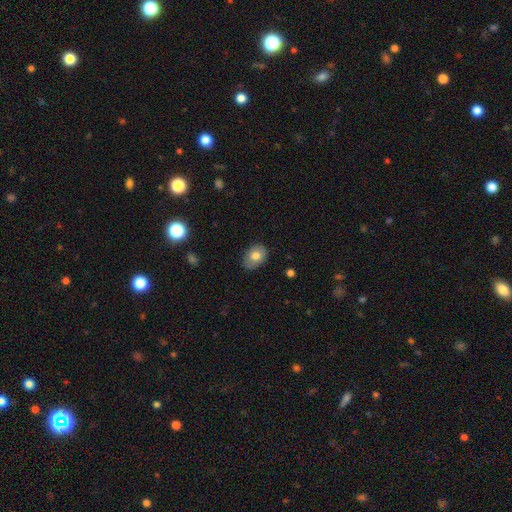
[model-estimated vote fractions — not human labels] smooth_or_featured: smooth (p=0.75) [alt: featured or disk p=0.17]
how_rounded: in between (p=0.77) [alt: round p=0.22]
merging: none (p=0.80) [alt: minor disturbance p=0.16]